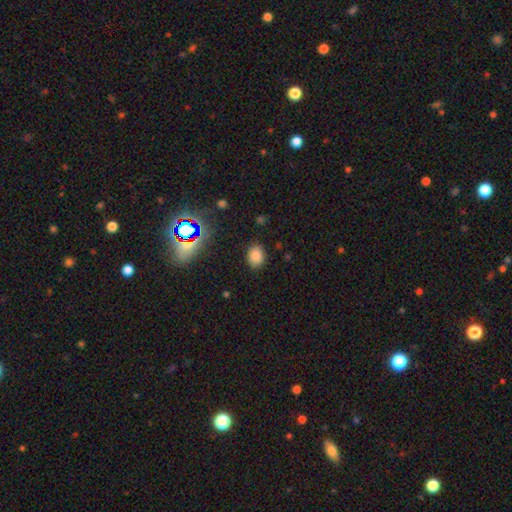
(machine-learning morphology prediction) This is clearly a smooth galaxy (80%). How rounded: likely in between (67%). Merging: clearly none (86%).